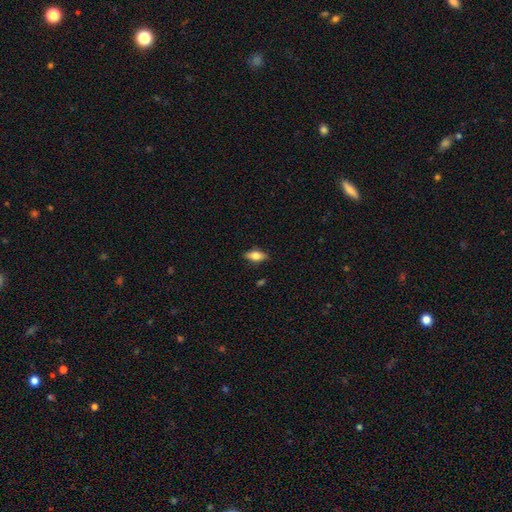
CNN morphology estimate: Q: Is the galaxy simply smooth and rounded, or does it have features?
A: smooth — 65%.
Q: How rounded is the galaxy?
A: in between — 81%.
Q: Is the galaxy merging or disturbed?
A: none — 86%.